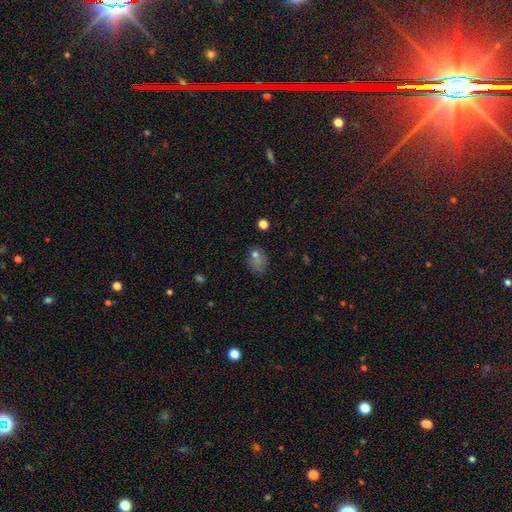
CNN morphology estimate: Smooth or featured?
  - smooth: 67% *
  - star or artifact: 19%
  - featured or disk: 13%
How rounded?
  - in between: 68% *
  - round: 30%
  - cigar-shaped: 2%
Merging?
  - none: 54% *
  - minor disturbance: 24%
  - major disturbance: 14%
  - merger: 9%